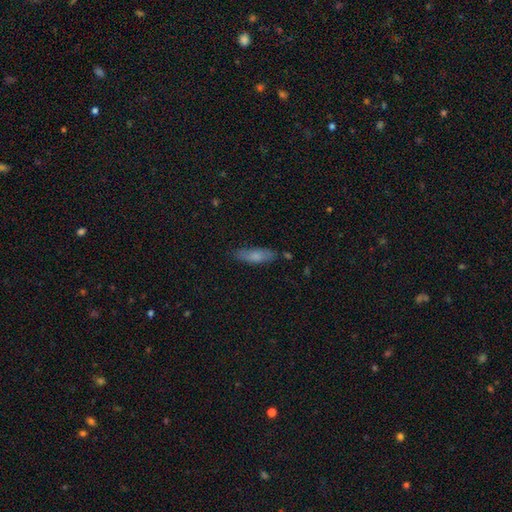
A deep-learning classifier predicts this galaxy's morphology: Smooth or featured: smooth — 73% (featured or disk — 20%)
How rounded: cigar-shaped — 49% (in between — 48%)
Merging: none — 76% (minor disturbance — 17%)